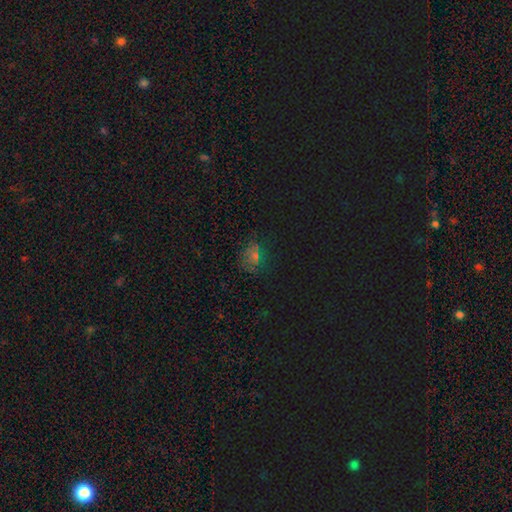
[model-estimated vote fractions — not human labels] Smooth or featured: star or artifact — 45% (tied with smooth — 45%)